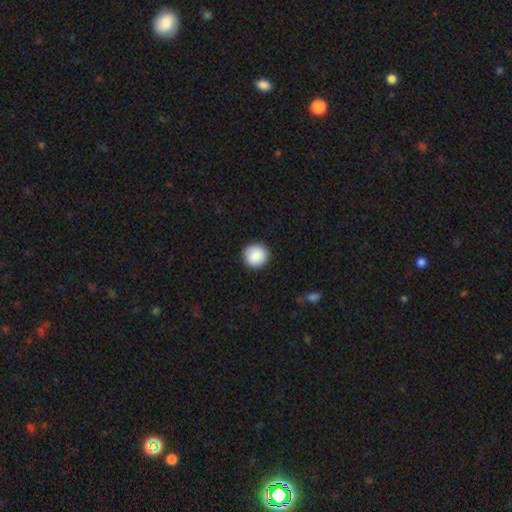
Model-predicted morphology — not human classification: smooth-or-featured: smooth: 89% | star or artifact: 7% | featured or disk: 4%
  how-rounded: round: 95% | in between: 4% | cigar-shaped: 1%
  merging: none: 92% | minor disturbance: 6% | major disturbance: 2% | merger: 1%